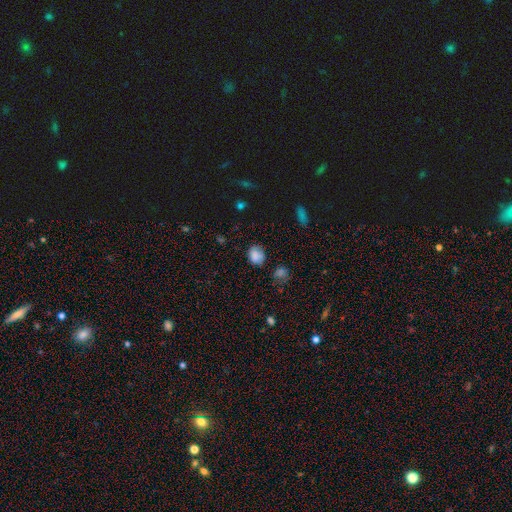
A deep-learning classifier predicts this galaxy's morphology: Smooth or featured?
  - smooth: 81% *
  - star or artifact: 12%
  - featured or disk: 7%
How rounded?
  - in between: 51% *
  - round: 48%
  - cigar-shaped: 1%
Merging?
  - none: 67% *
  - minor disturbance: 23%
  - major disturbance: 6%
  - merger: 3%